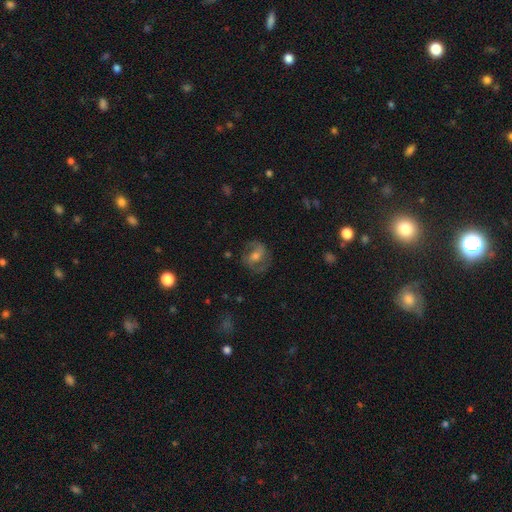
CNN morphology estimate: Smooth or featured: featured or disk — 61% (smooth — 29%)
Edge-on disk: no — 96% (yes — 4%)
Bar: weak — 42% (no — 33%)
Spiral arms: yes — 77% (no — 23%)
Bulge size: moderate — 60% (small — 27%)
Merging: none — 74% (minor disturbance — 16%)